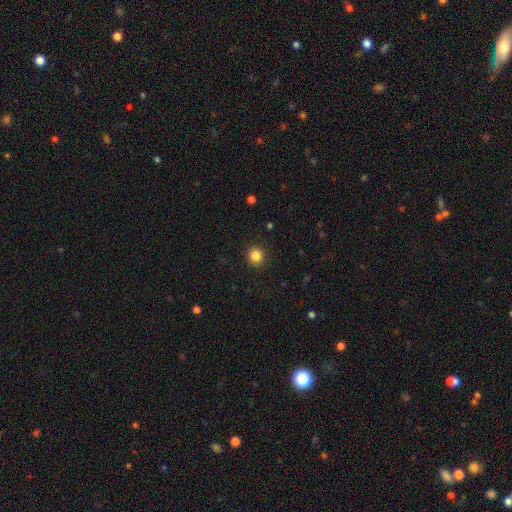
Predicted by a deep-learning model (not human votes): Smooth or featured? Predicted: smooth (p=0.85). How rounded? Predicted: round (p=0.88). Merging? Predicted: none (p=0.91).